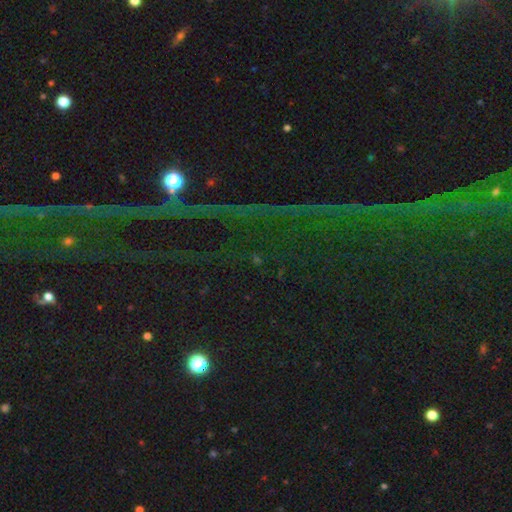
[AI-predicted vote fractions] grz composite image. It shows a star or artifact, not a galaxy (84%).